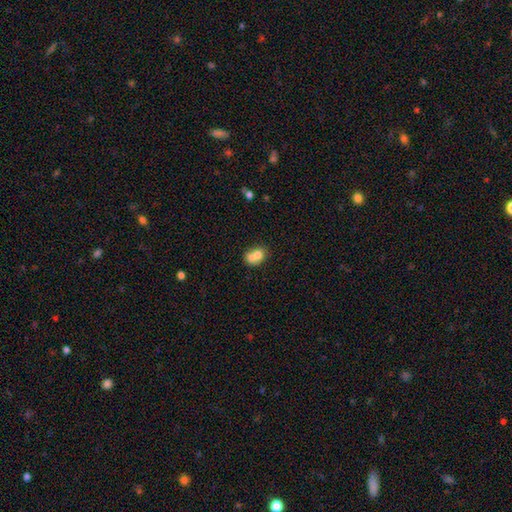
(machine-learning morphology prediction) Smooth or featured?
  - smooth: 71% *
  - featured or disk: 20%
  - star or artifact: 9%
How rounded?
  - round: 60% *
  - in between: 39%
  - cigar-shaped: 1%
Merging?
  - merger: 61% *
  - none: 27%
  - minor disturbance: 8%
  - major disturbance: 4%